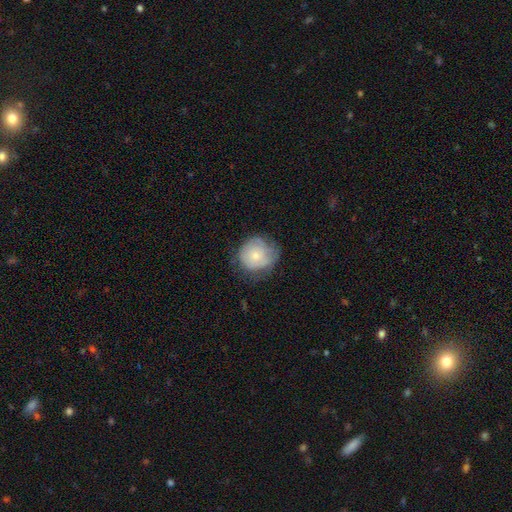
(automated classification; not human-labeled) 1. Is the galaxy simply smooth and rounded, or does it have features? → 61% smooth, 32% featured or disk, 8% star or artifact.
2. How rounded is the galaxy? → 84% round, 15% in between, 1% cigar-shaped.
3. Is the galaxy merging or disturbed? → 54% none, 31% minor disturbance, 13% major disturbance, 2% merger.